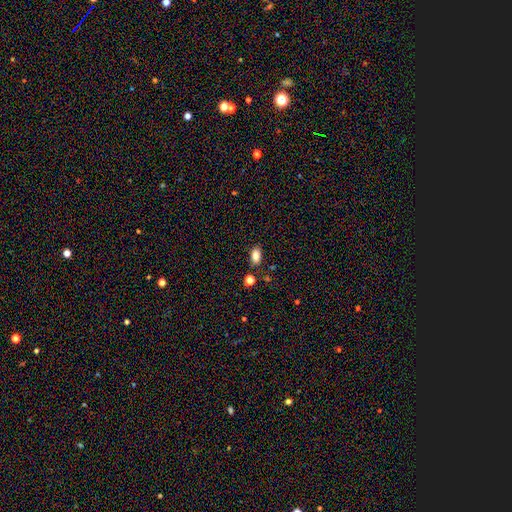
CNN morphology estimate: smooth 84%, star or artifact 10%, featured or disk 6%. Down the decision tree: how rounded — in between (88%); merging — none (81%).